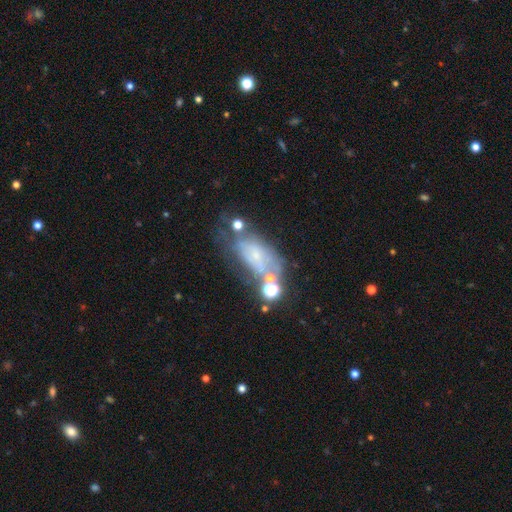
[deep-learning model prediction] Q: Smooth or featured?
A: featured or disk (48%); runner-up: smooth (35%)
Q: Merging?
A: none (36%); runner-up: major disturbance (25%)